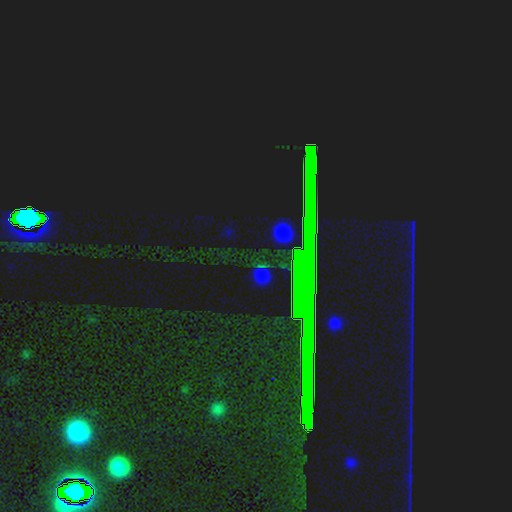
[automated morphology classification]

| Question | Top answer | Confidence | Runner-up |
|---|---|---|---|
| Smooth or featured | star or artifact | 78% | featured or disk (13%) |